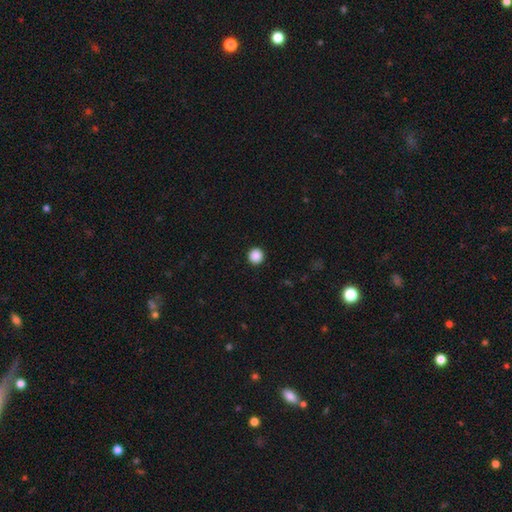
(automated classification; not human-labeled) Smooth or featured? smooth (89%)
How rounded? round (96%)
Merging? none (94%)